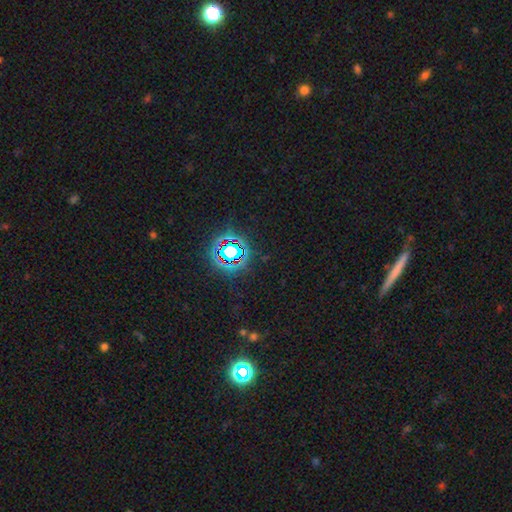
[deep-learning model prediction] Overall: star or artifact (76%).